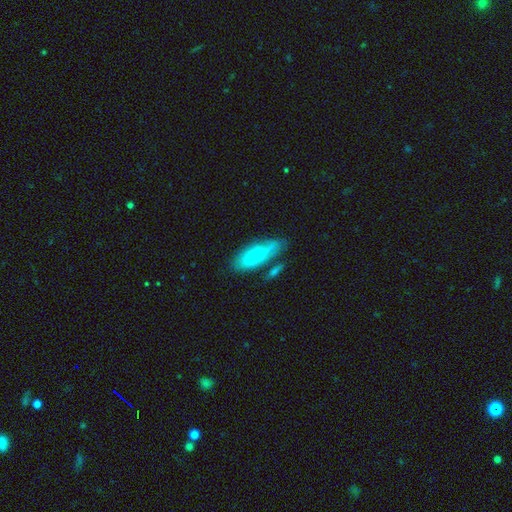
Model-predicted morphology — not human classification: This is likely a smooth galaxy (62%). How rounded: likely in between (71%). Merging: possibly none (57%).